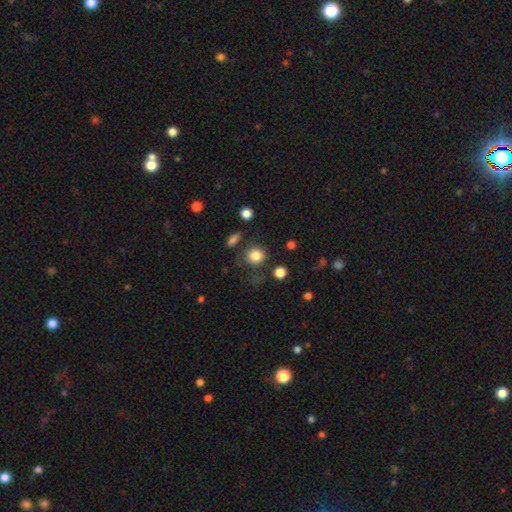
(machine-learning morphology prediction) smooth-or-featured: smooth: 84% | star or artifact: 11% | featured or disk: 6%
  how-rounded: round: 85% | in between: 14% | cigar-shaped: 1%
  merging: none: 74% | minor disturbance: 14% | major disturbance: 6% | merger: 6%